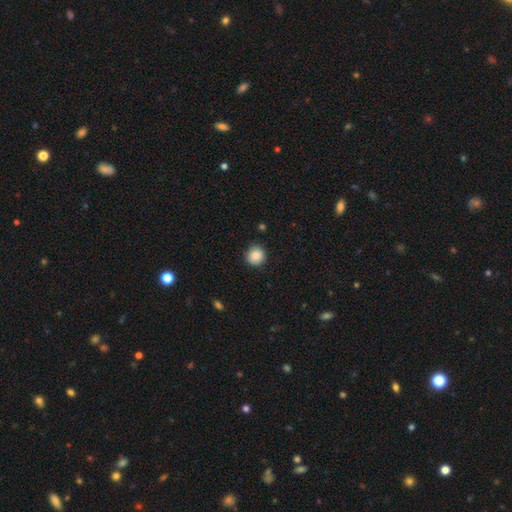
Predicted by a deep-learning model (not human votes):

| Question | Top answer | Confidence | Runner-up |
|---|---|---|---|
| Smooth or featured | smooth | 87% | star or artifact (9%) |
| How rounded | round | 89% | in between (10%) |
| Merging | none | 86% | minor disturbance (10%) |